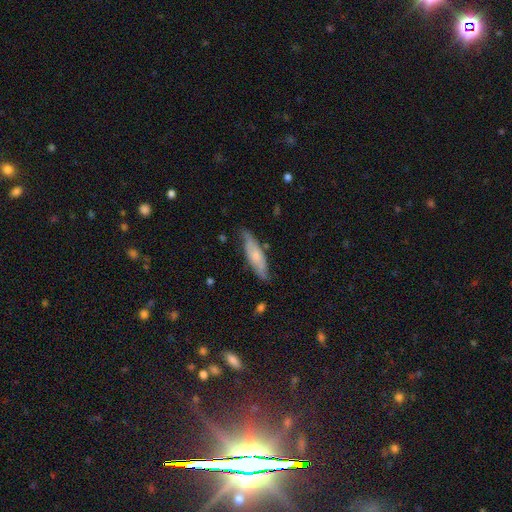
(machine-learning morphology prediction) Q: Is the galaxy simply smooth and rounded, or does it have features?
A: smooth — 53%.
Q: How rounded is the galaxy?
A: cigar-shaped — 62%.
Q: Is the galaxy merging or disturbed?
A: none — 74%.